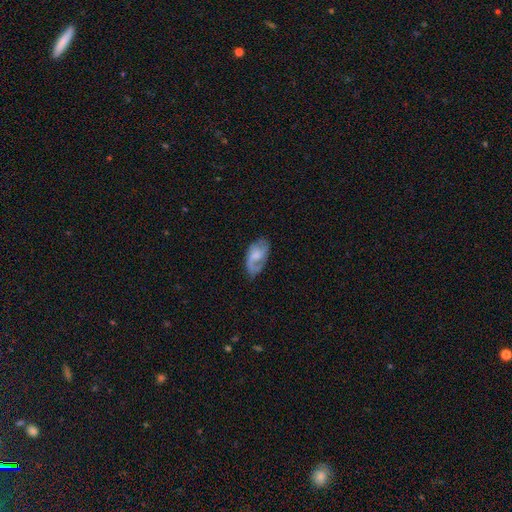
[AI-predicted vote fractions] Q: Smooth or featured?
A: featured or disk (57%); runner-up: smooth (37%)
Q: Edge-on disk?
A: no (95%); runner-up: yes (5%)
Q: Bar?
A: no (59%); runner-up: weak (36%)
Q: Spiral arms?
A: yes (85%); runner-up: no (15%)
Q: Bulge size?
A: moderate (35%); runner-up: small (28%)
Q: Merging?
A: none (62%); runner-up: minor disturbance (24%)